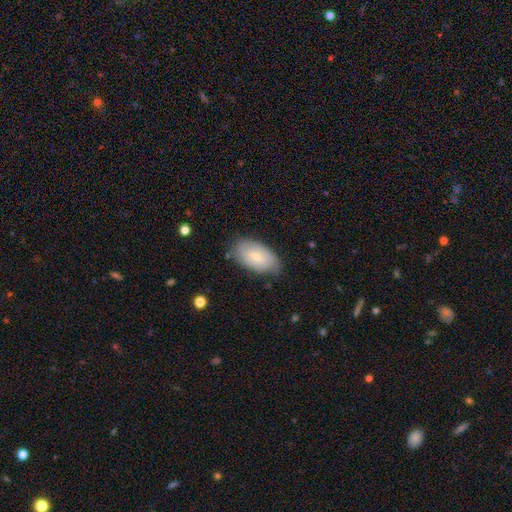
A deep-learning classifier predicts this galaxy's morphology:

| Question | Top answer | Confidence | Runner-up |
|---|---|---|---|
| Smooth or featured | smooth | 57% | featured or disk (37%) |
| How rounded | in between | 93% | round (5%) |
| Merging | none | 75% | minor disturbance (20%) |